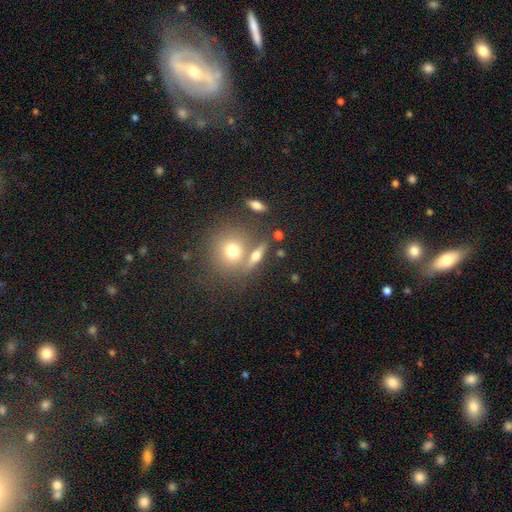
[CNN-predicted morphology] A smooth galaxy with no disk features (53%) that is round (42%).

Vote fractions:
- Smooth or featured? smooth: 53% / featured or disk: 34% / star or artifact: 12%
- How rounded? round: 42% / in between: 33% / cigar-shaped: 24%
- Merging? none: 64% / merger: 21% / minor disturbance: 11% / major disturbance: 5%